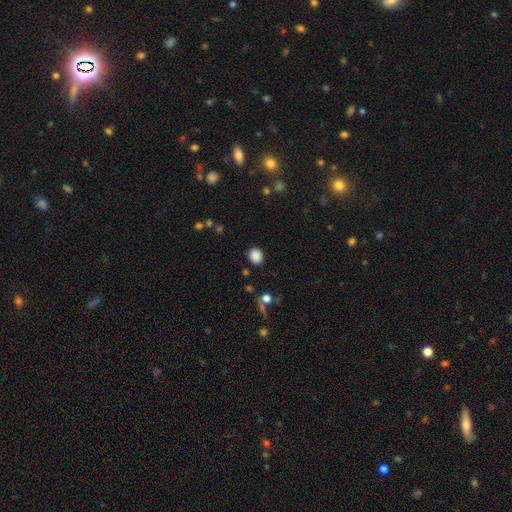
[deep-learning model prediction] Smooth or featured? Predicted: smooth (p=0.86). How rounded? Predicted: round (p=0.69). Merging? Predicted: none (p=0.87).